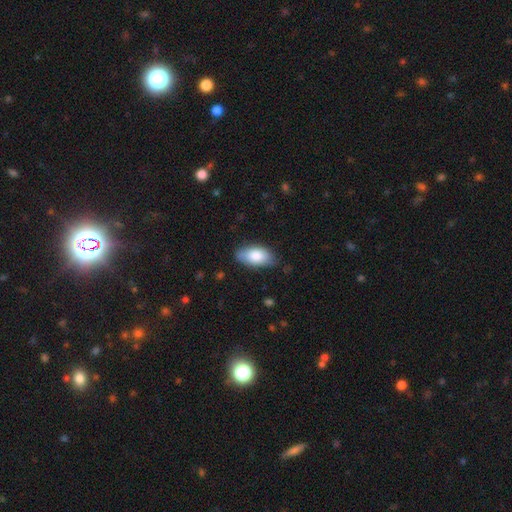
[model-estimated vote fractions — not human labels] A smooth galaxy with no disk features (82%) that is in between round and cigar-shaped (93%). Merging: none (76%).